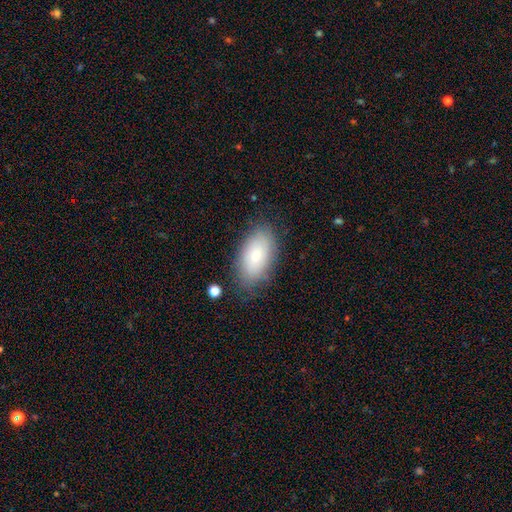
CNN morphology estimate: Smooth or featured: smooth — 73% (featured or disk — 19%)
How rounded: in between — 94% (round — 4%)
Merging: none — 80% (minor disturbance — 14%)